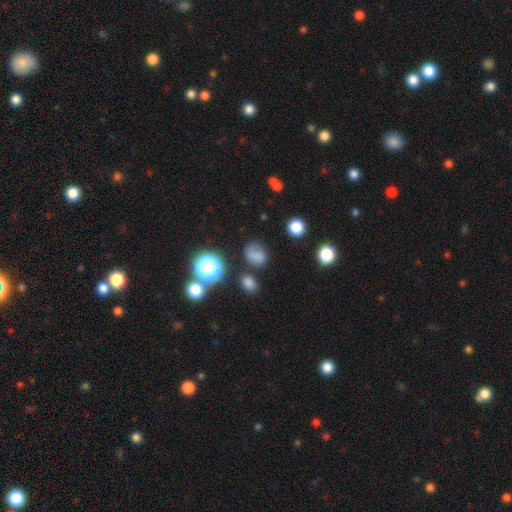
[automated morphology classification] smooth-or-featured: smooth: 74% | star or artifact: 16% | featured or disk: 10%
  how-rounded: round: 55% | in between: 43% | cigar-shaped: 1%
  merging: none: 63% | minor disturbance: 21% | major disturbance: 11% | merger: 5%